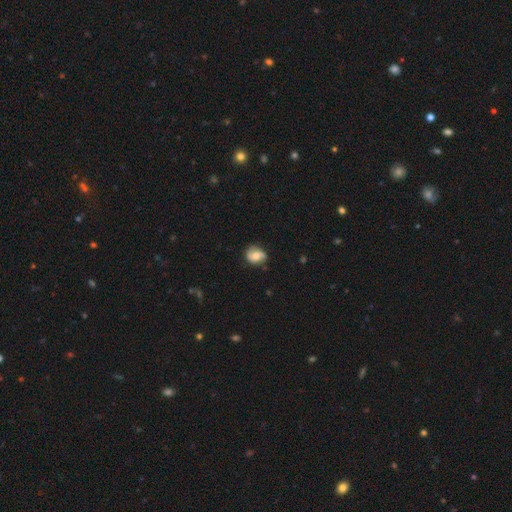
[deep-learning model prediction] This appears to be a featured or disk galaxy (46%). Merging: none (70%).